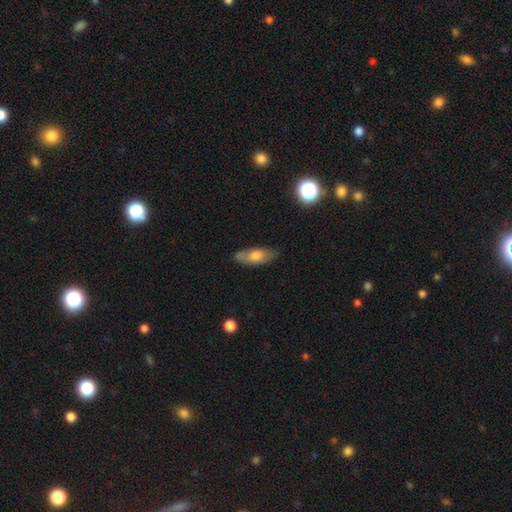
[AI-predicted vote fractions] Smooth or featured?
  - smooth: 60% *
  - featured or disk: 33%
  - star or artifact: 8%
How rounded?
  - in between: 76% *
  - cigar-shaped: 21%
  - round: 4%
Merging?
  - none: 70% *
  - minor disturbance: 23%
  - major disturbance: 5%
  - merger: 3%